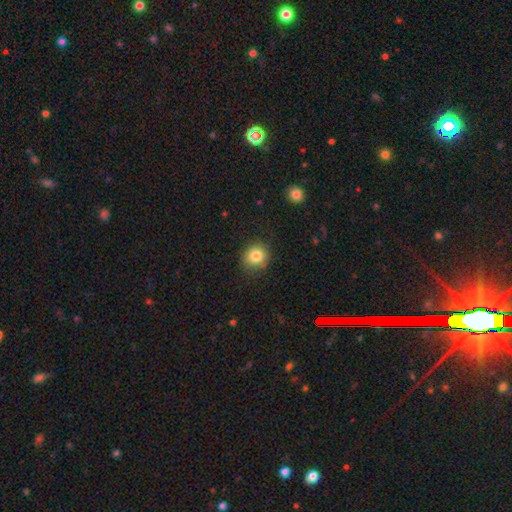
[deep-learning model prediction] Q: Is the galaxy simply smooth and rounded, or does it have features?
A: smooth — 83%.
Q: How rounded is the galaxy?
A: round — 83%.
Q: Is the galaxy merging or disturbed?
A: none — 84%.